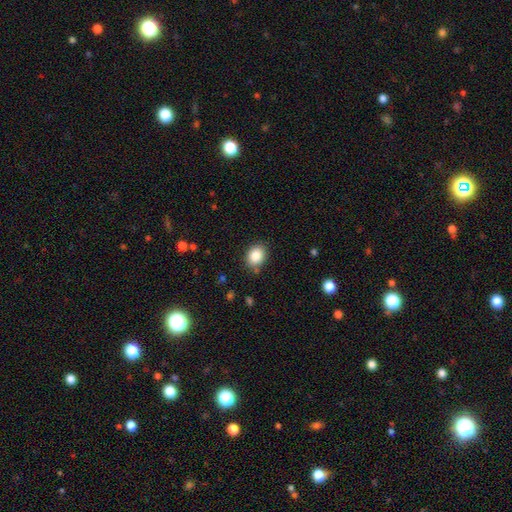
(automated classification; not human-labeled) This appears to be a smooth galaxy with no disk features (86%) that is in between round and cigar-shaped (57%). Merging: none (84%).